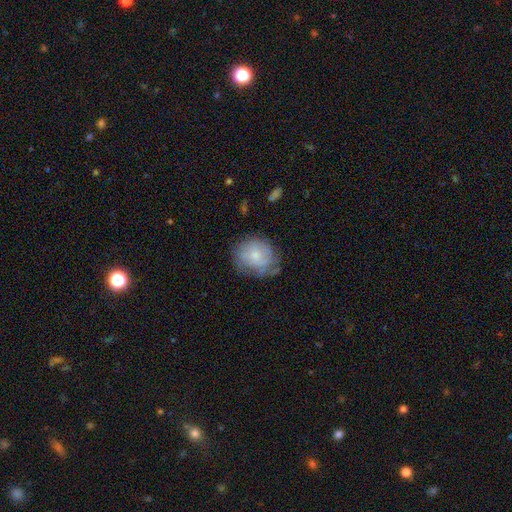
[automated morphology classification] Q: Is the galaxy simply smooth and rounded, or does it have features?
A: smooth — 60%.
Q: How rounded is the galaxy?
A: round — 71%.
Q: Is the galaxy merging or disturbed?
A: none — 56%.